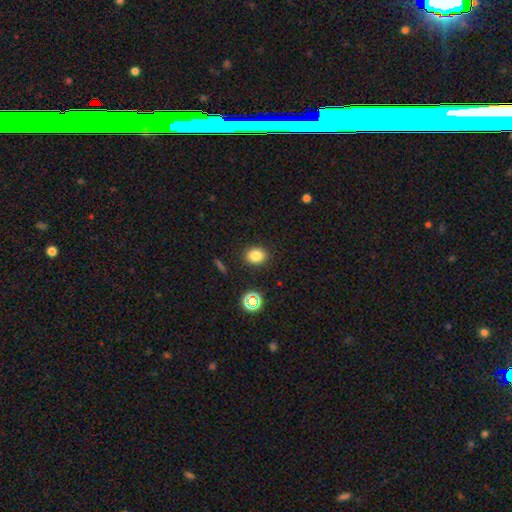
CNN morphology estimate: smooth_or_featured: smooth (p=0.80) [alt: star or artifact p=0.14]
how_rounded: round (p=0.60) [alt: in between p=0.39]
merging: none (p=0.88) [alt: minor disturbance p=0.08]